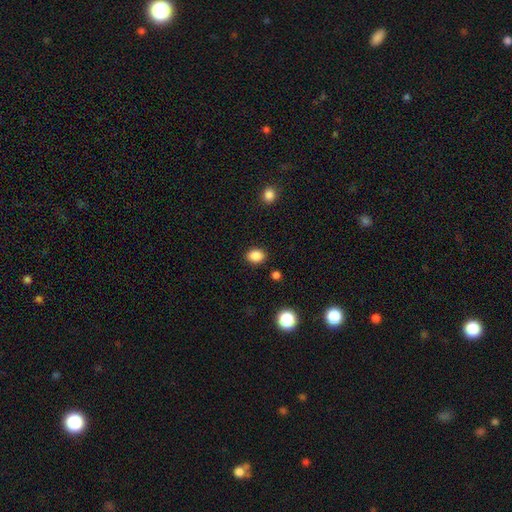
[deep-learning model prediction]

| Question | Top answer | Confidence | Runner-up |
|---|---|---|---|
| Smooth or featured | smooth | 86% | star or artifact (10%) |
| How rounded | in between | 59% | round (41%) |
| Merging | none | 88% | minor disturbance (8%) |